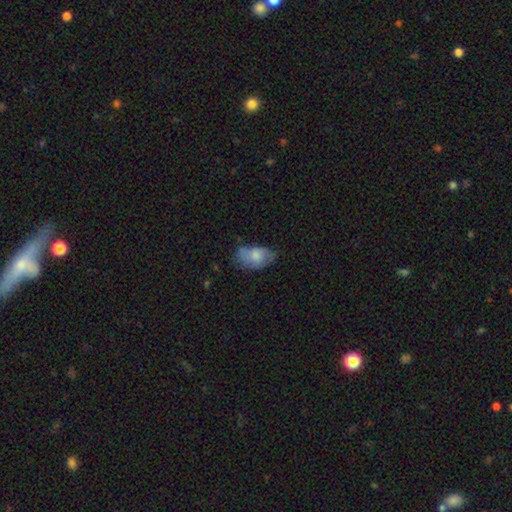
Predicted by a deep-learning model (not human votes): smooth-or-featured: smooth: 74% | featured or disk: 19% | star or artifact: 7%
  how-rounded: in between: 92% | round: 6% | cigar-shaped: 2%
  merging: none: 54% | minor disturbance: 33% | major disturbance: 10% | merger: 3%